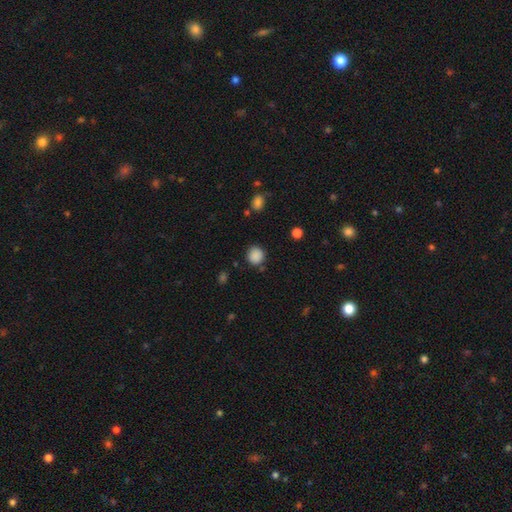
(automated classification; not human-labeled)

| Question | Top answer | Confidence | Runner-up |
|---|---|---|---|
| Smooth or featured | smooth | 86% | star or artifact (10%) |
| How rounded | round | 87% | in between (12%) |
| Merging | none | 82% | minor disturbance (11%) |